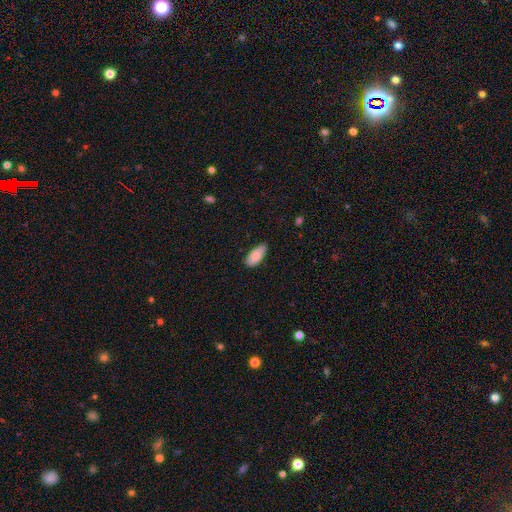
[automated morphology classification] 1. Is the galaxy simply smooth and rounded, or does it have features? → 84% smooth, 10% featured or disk, 6% star or artifact.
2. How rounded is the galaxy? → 90% in between, 8% cigar-shaped, 2% round.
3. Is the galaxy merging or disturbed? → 74% none, 22% minor disturbance, 3% major disturbance, 1% merger.